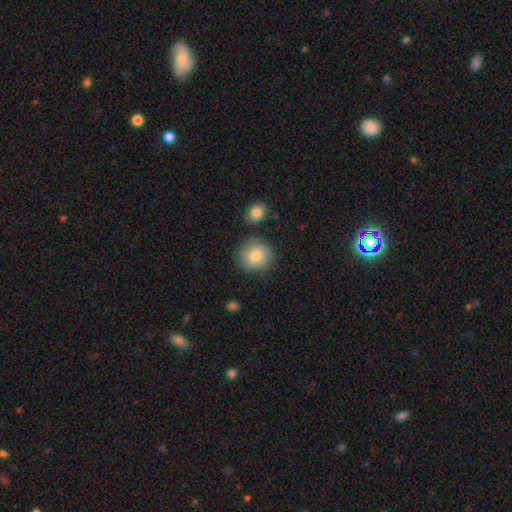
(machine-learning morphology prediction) smooth 75%, featured or disk 17%, star or artifact 8%. Down the decision tree: how rounded — round (82%); merging — none (78%).